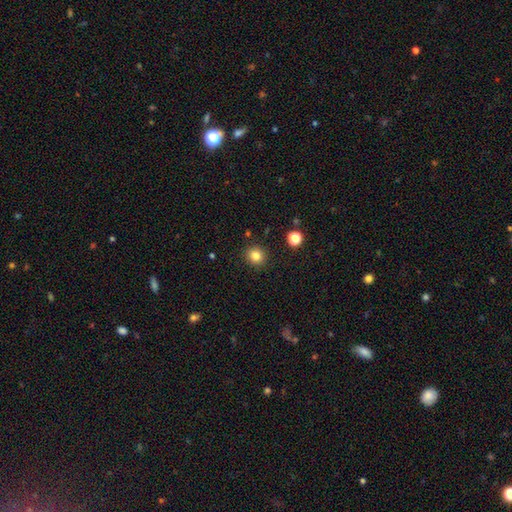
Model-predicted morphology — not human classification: Smooth or featured? Predicted: smooth (p=0.82). How rounded? Predicted: round (p=0.88). Merging? Predicted: none (p=0.91).